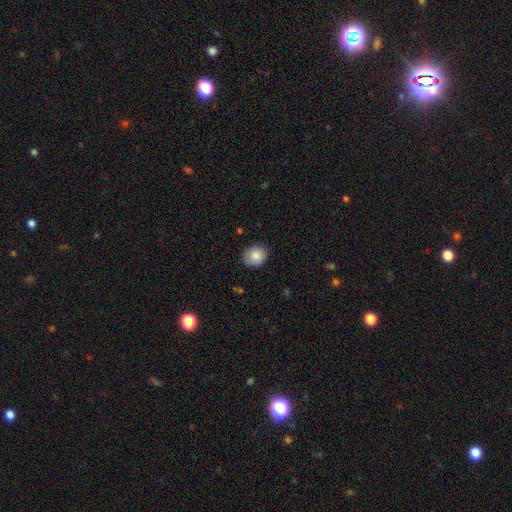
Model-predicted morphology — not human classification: smooth-or-featured: smooth: 85% | star or artifact: 8% | featured or disk: 6%
  how-rounded: round: 67% | in between: 32% | cigar-shaped: 1%
  merging: none: 83% | minor disturbance: 14% | major disturbance: 2% | merger: 1%